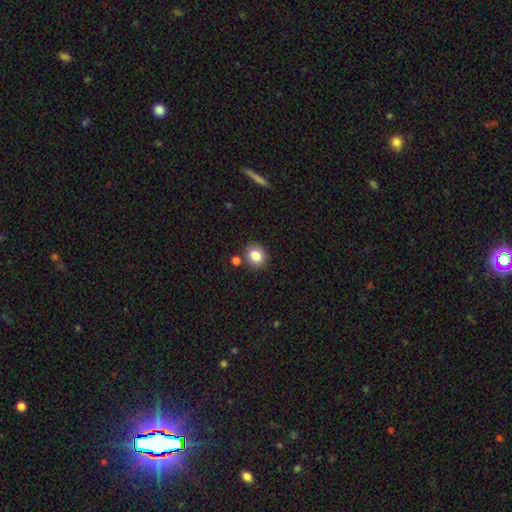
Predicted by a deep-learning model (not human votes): Q: Smooth or featured?
A: smooth (86%); runner-up: star or artifact (9%)
Q: How rounded?
A: round (72%); runner-up: in between (27%)
Q: Merging?
A: none (81%); runner-up: minor disturbance (10%)